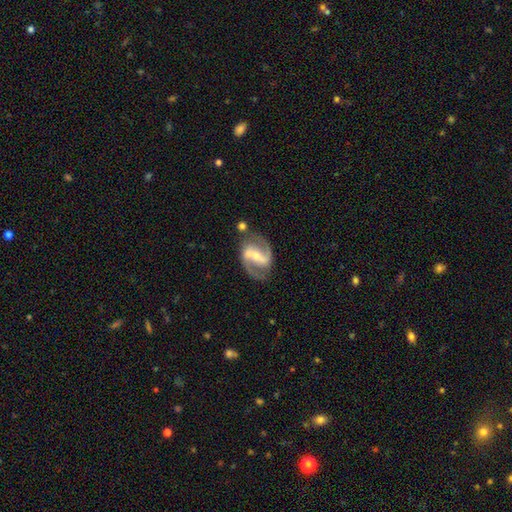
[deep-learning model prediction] Smooth or featured? Predicted: featured or disk (p=0.90). Edge-on disk? Predicted: no (p=0.97). Bar? Predicted: strong (p=0.59). Spiral arms? Predicted: yes (p=0.96). Spiral winding? Predicted: medium (p=0.58). Spiral arm count? Predicted: 2 (p=0.93). Bulge size? Predicted: small (p=0.53). Merging? Predicted: none (p=0.76).